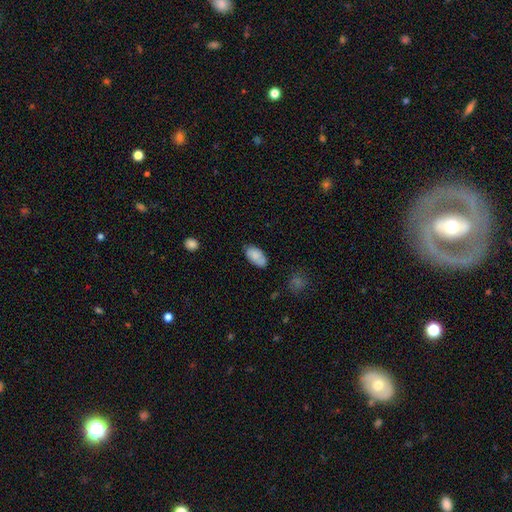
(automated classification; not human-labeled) Morphology: type=smooth (81%); roundness=in between (94%); merging=none (75%).